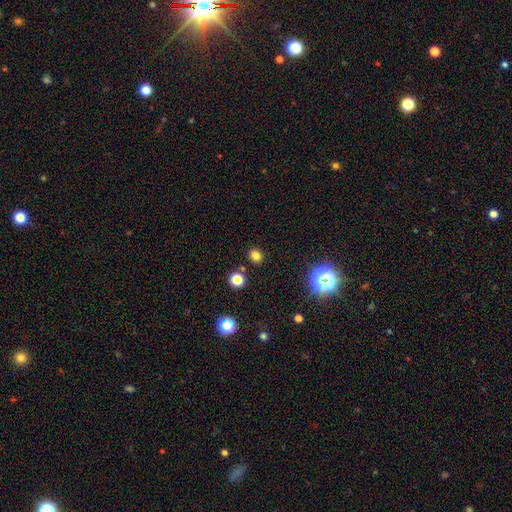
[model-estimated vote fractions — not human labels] The model was most divided on "how rounded": round: 77%, in between: 22%, cigar-shaped: 1%. More confident: merging — none (88%); smooth or featured — smooth (77%).